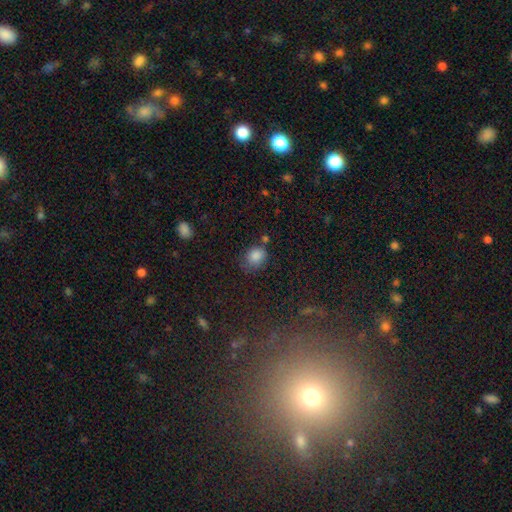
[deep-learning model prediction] Morphology: type=smooth (83%); roundness=round (52%); merging=none (56%).